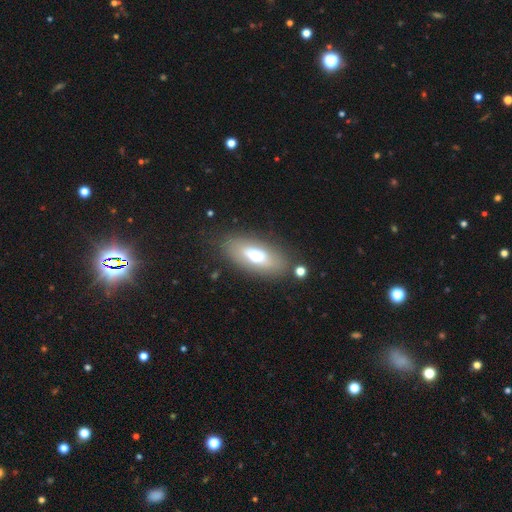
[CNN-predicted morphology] smooth_or_featured: smooth (p=0.64) [alt: featured or disk p=0.29]
how_rounded: in between (p=0.79) [alt: cigar-shaped p=0.18]
merging: none (p=0.79) [alt: minor disturbance p=0.13]